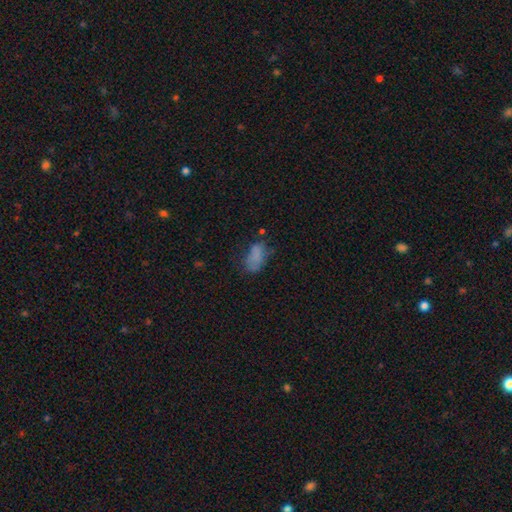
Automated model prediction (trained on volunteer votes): smooth 74%, featured or disk 14%, star or artifact 13%. Down the decision tree: how rounded — in between (92%); merging — none (46%).